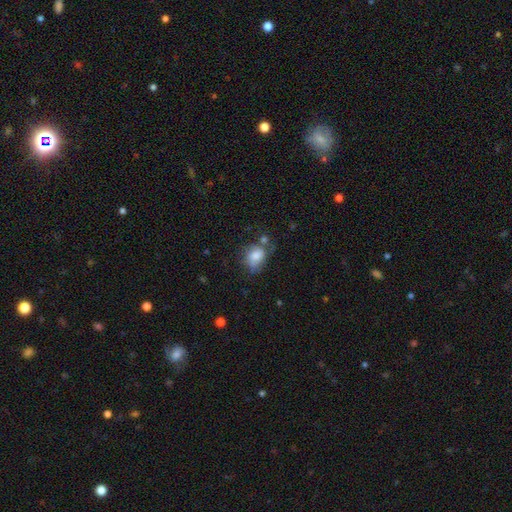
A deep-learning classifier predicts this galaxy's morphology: Smooth or featured?
  - smooth: 71% *
  - featured or disk: 19%
  - star or artifact: 10%
How rounded?
  - in between: 51% *
  - round: 48%
  - cigar-shaped: 1%
Merging?
  - none: 44% *
  - minor disturbance: 28%
  - merger: 15%
  - major disturbance: 13%